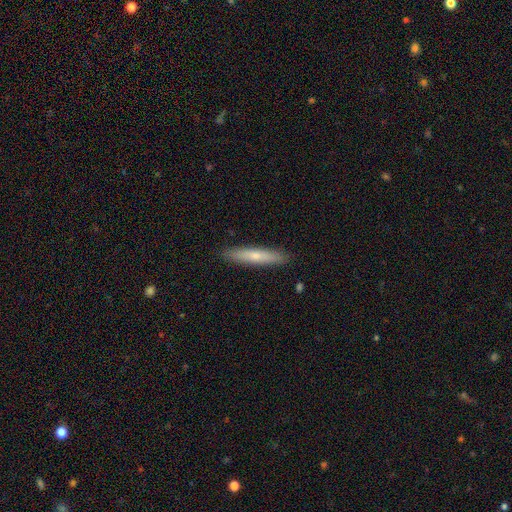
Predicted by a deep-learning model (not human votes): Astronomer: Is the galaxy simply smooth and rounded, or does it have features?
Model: smooth — 64%.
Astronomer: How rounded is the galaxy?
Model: cigar-shaped — 91%.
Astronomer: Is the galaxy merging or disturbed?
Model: none — 91%.